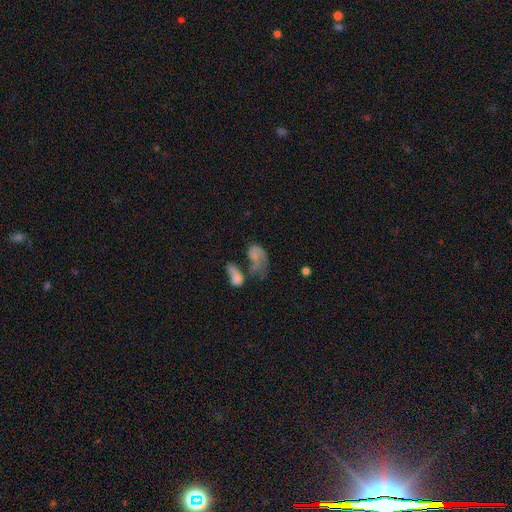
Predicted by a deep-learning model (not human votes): Smooth or featured? featured or disk (44%, tied with smooth)
Merging? merger (44%)